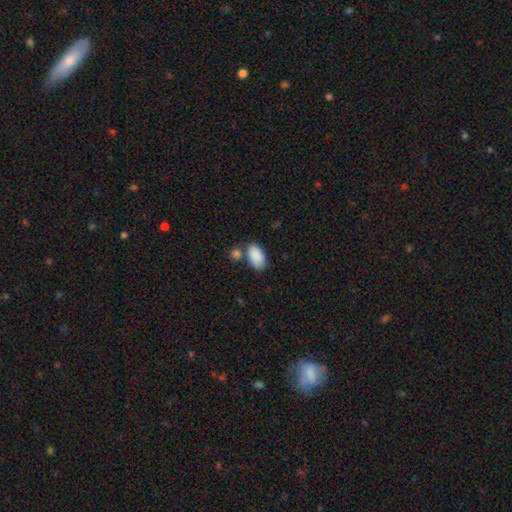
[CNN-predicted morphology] This appears to be a smooth galaxy with no disk features (89%) that is in between round and cigar-shaped (95%). Merging: none (64%).